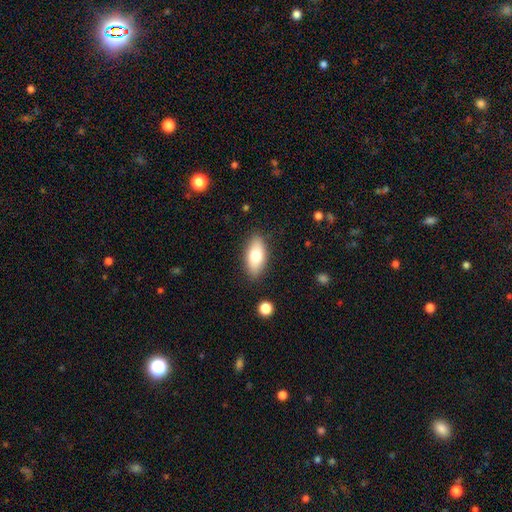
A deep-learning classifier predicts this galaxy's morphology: A smooth galaxy with no disk features (74%) that is in between round and cigar-shaped (87%).

Vote fractions:
- Smooth or featured? smooth: 74% / featured or disk: 20% / star or artifact: 7%
- How rounded? in between: 87% / cigar-shaped: 10% / round: 3%
- Merging? none: 86% / minor disturbance: 10% / major disturbance: 2% / merger: 1%